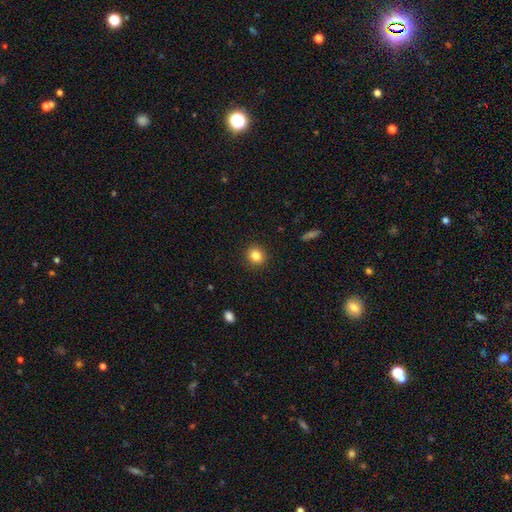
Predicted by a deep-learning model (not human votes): smooth_or_featured: smooth (p=0.84) [alt: star or artifact p=0.11]
how_rounded: round (p=0.80) [alt: in between p=0.19]
merging: none (p=0.91) [alt: minor disturbance p=0.06]